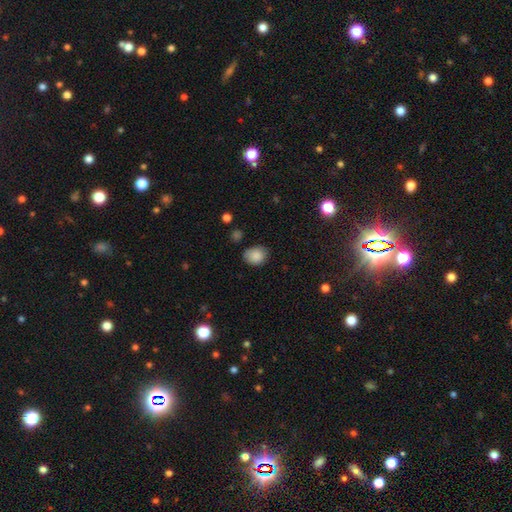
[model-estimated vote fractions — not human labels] Smooth or featured?
  - smooth: 86% *
  - star or artifact: 9%
  - featured or disk: 5%
How rounded?
  - round: 50% *
  - in between: 49%
  - cigar-shaped: 1%
Merging?
  - none: 69% *
  - minor disturbance: 23%
  - major disturbance: 5%
  - merger: 3%